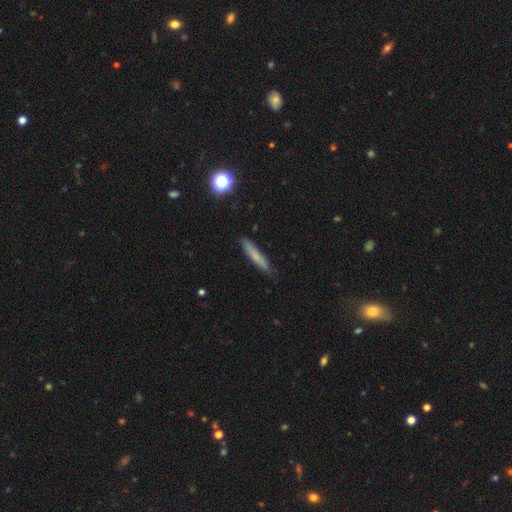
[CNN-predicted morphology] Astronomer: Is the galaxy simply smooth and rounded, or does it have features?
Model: smooth — 68%.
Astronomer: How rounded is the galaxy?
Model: cigar-shaped — 91%.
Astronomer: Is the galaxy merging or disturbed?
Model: none — 85%.